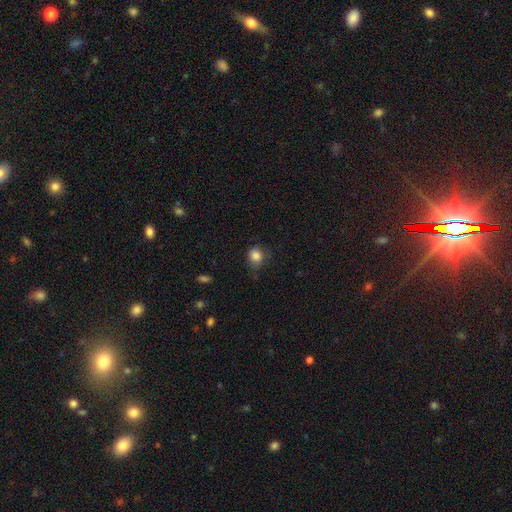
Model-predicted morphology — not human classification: Smooth or featured?
  - smooth: 84% *
  - star or artifact: 11%
  - featured or disk: 6%
How rounded?
  - round: 73% *
  - in between: 26%
  - cigar-shaped: 1%
Merging?
  - none: 67% *
  - minor disturbance: 25%
  - major disturbance: 7%
  - merger: 1%